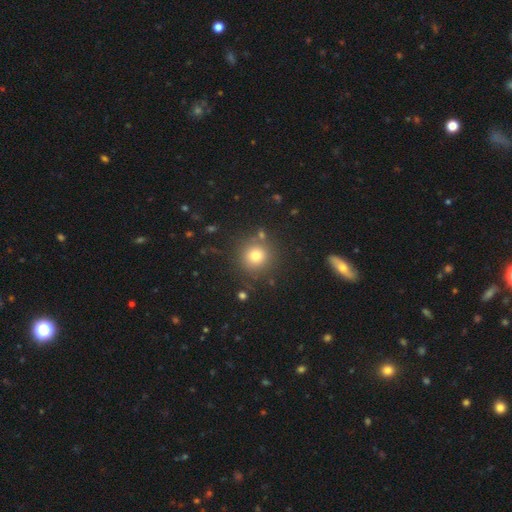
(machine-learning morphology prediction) Overall: smooth (78%). How rounded: round (94%). Merging: none (84%).